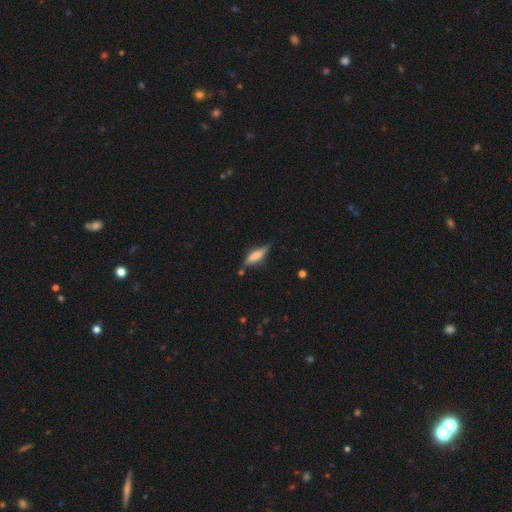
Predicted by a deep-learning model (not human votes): A smooth galaxy with no disk features (48%).

Vote fractions:
- Smooth or featured? smooth: 48% / featured or disk: 44% / star or artifact: 7%
- Merging? none: 70% / minor disturbance: 21% / major disturbance: 5% / merger: 4%